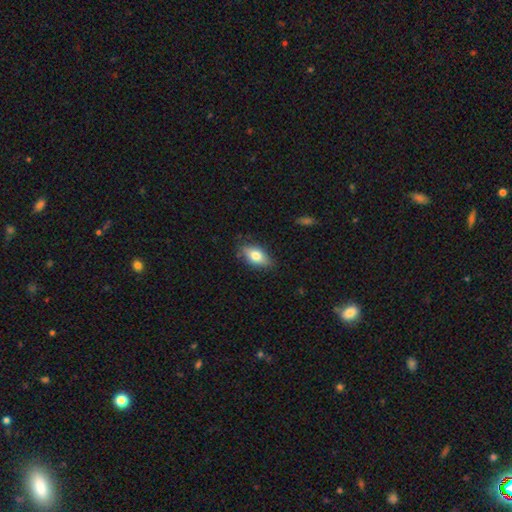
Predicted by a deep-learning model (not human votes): This is likely a smooth galaxy (71%). How rounded: clearly in between (84%). Merging: clearly none (80%).